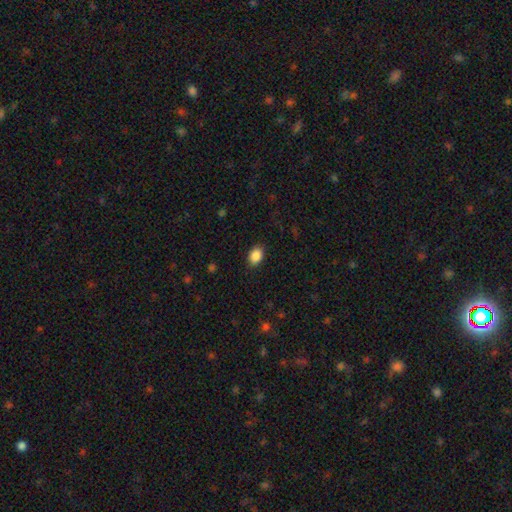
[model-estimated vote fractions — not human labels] Smooth or featured? Predicted: smooth (p=0.88). How rounded? Predicted: in between (p=0.77). Merging? Predicted: none (p=0.88).